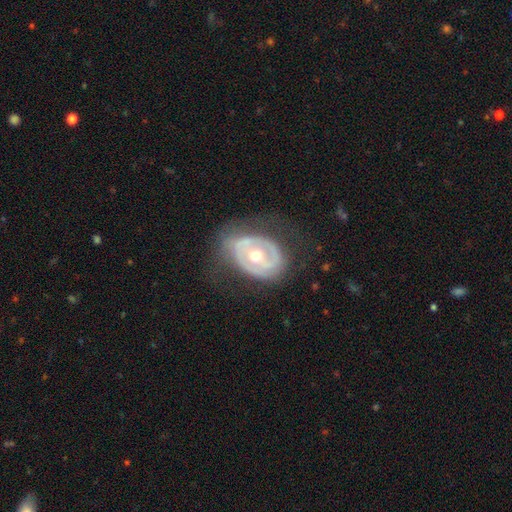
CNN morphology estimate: Overall: featured or disk (74%). Edge-on disk: no (95%). Bar: no (63%; weak 24%). Spiral arms: no (54%; yes 46%). Bulge size: moderate (70%). Merging: none (54%; minor disturbance 25%).